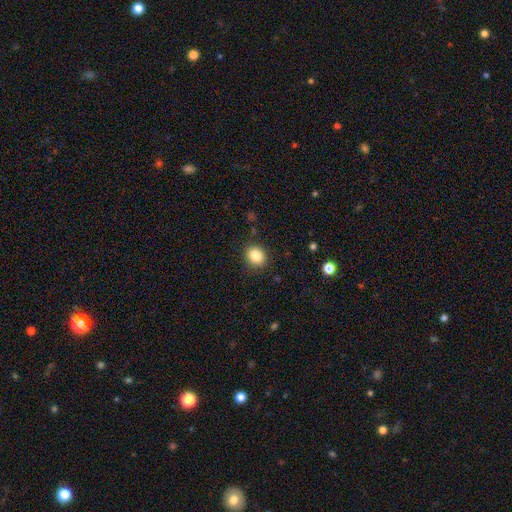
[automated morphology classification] This is clearly a smooth galaxy (85%). How rounded: likely round (68%). Merging: clearly none (88%).